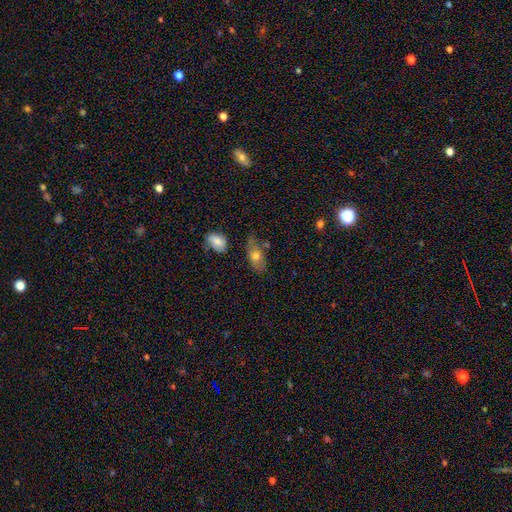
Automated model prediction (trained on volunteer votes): Smooth or featured? Predicted: smooth (p=0.68). How rounded? Predicted: in between (p=0.87). Merging? Predicted: none (p=0.57).